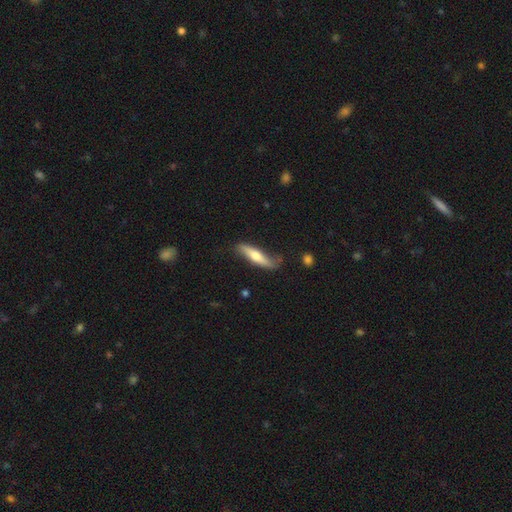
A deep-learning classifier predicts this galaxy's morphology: Smooth or featured?
  - featured or disk: 49% *
  - smooth: 46%
  - star or artifact: 5%
Merging?
  - none: 66% *
  - minor disturbance: 24%
  - major disturbance: 7%
  - merger: 3%